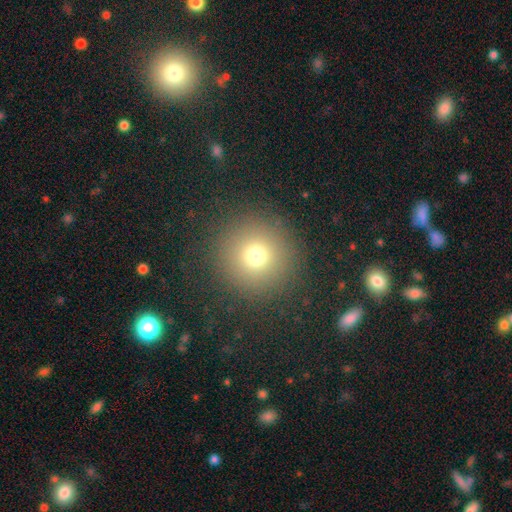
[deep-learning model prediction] The model was most divided on "smooth or featured": smooth: 73%, star or artifact: 17%, featured or disk: 10%. More confident: how rounded — round (96%); merging — none (89%).